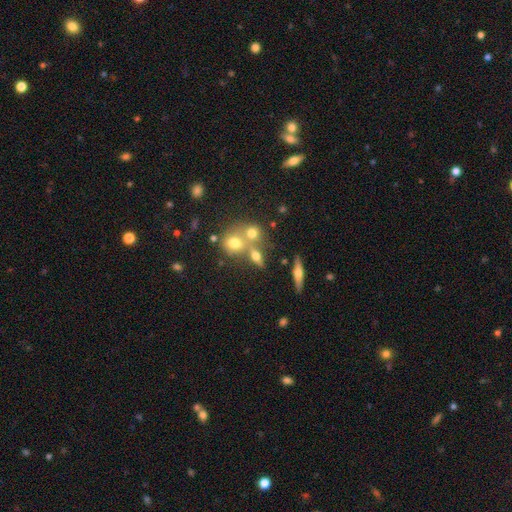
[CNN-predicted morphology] A smooth galaxy with no disk features (60%) that is round (45%).

Vote fractions:
- Smooth or featured? smooth: 60% / featured or disk: 25% / star or artifact: 16%
- How rounded? round: 45% / in between: 44% / cigar-shaped: 11%
- Merging? none: 46% / merger: 39% / minor disturbance: 10% / major disturbance: 5%